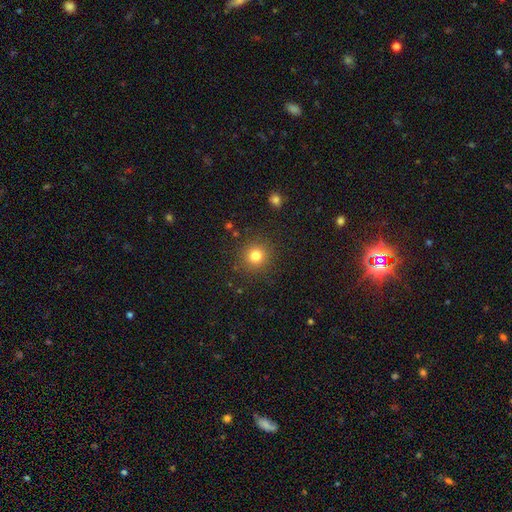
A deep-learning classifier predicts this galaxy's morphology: smooth-or-featured: smooth: 80% | star or artifact: 13% | featured or disk: 6%
  how-rounded: round: 93% | in between: 6% | cigar-shaped: 1%
  merging: none: 89% | minor disturbance: 7% | major disturbance: 3% | merger: 1%